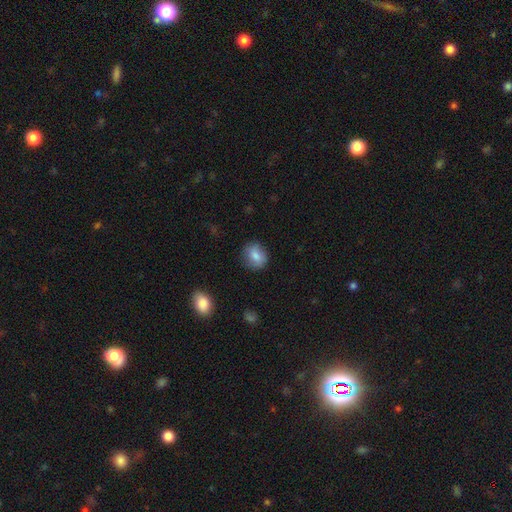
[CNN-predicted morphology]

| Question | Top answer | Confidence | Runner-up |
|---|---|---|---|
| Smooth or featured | smooth | 78% | featured or disk (13%) |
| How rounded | round | 67% | in between (32%) |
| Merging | none | 79% | minor disturbance (16%) |